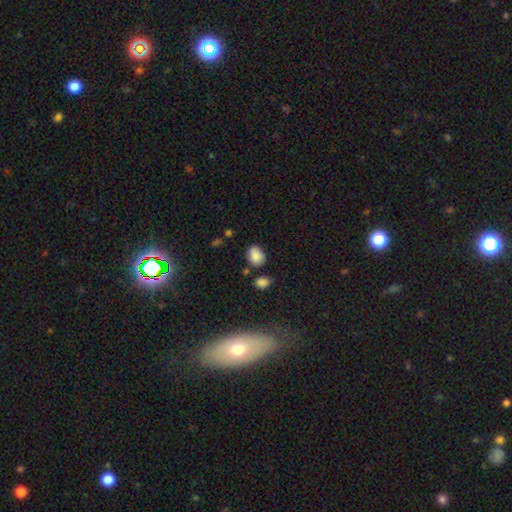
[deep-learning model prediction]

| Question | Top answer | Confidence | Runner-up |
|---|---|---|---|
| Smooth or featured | smooth | 85% | star or artifact (9%) |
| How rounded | in between | 65% | round (33%) |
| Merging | none | 74% | minor disturbance (16%) |